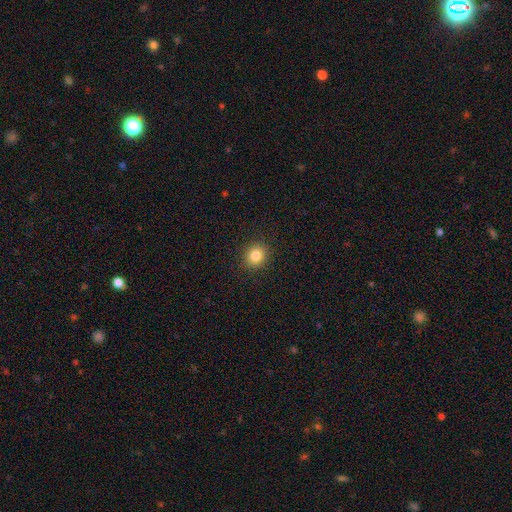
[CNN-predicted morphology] This appears to be a smooth galaxy with no disk features (83%) that is round (84%). Merging: none (91%).